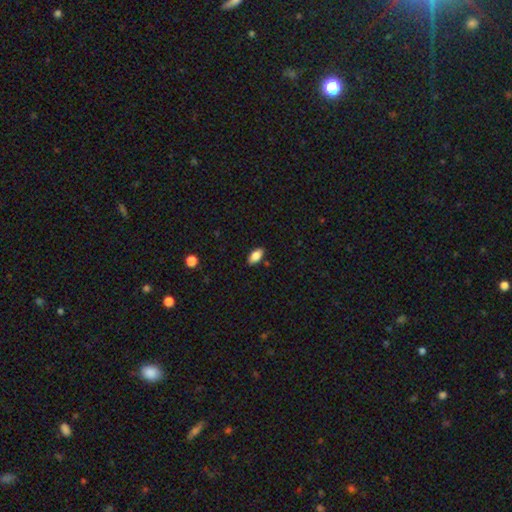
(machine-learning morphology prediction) Smooth or featured?
  - smooth: 85% *
  - star or artifact: 8%
  - featured or disk: 7%
How rounded?
  - in between: 92% *
  - cigar-shaped: 5%
  - round: 3%
Merging?
  - none: 87% *
  - minor disturbance: 10%
  - major disturbance: 2%
  - merger: 1%